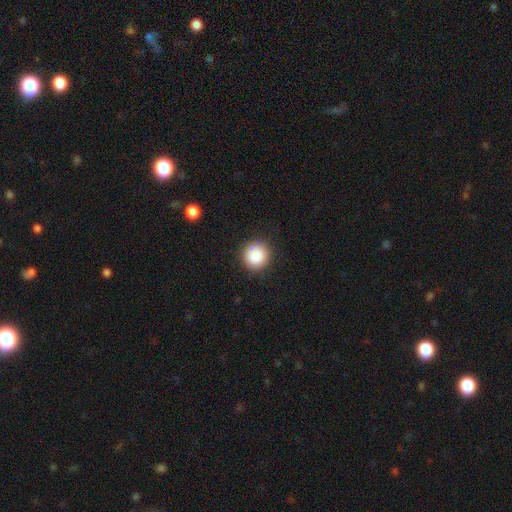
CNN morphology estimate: type=smooth (88%); roundness=round (95%); merging=none (90%).